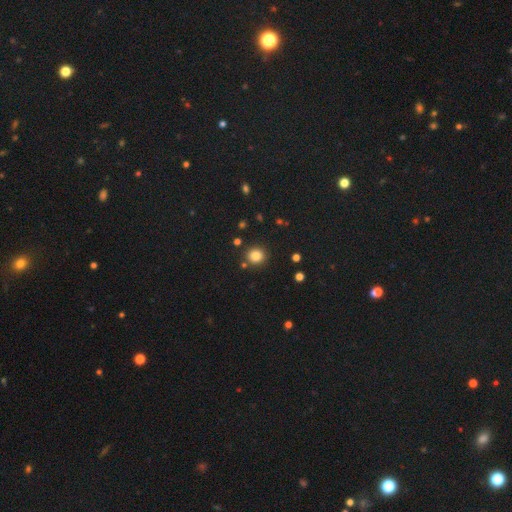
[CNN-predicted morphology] smooth-or-featured: smooth: 83% | star or artifact: 12% | featured or disk: 5%
  how-rounded: round: 89% | in between: 10% | cigar-shaped: 1%
  merging: none: 87% | minor disturbance: 7% | merger: 4% | major disturbance: 2%